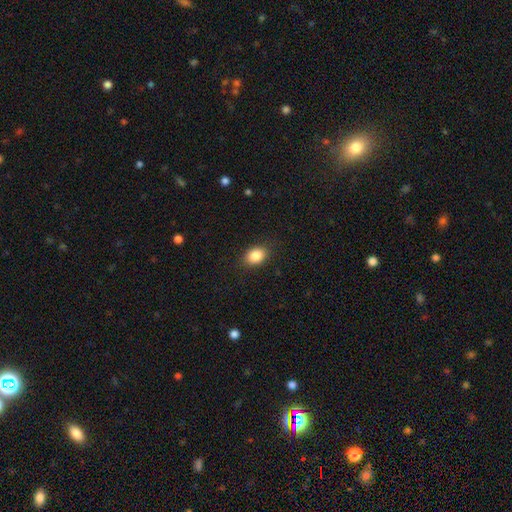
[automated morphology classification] A smooth galaxy with no disk features (86%) that is in between round and cigar-shaped (73%). Merging: none (87%).